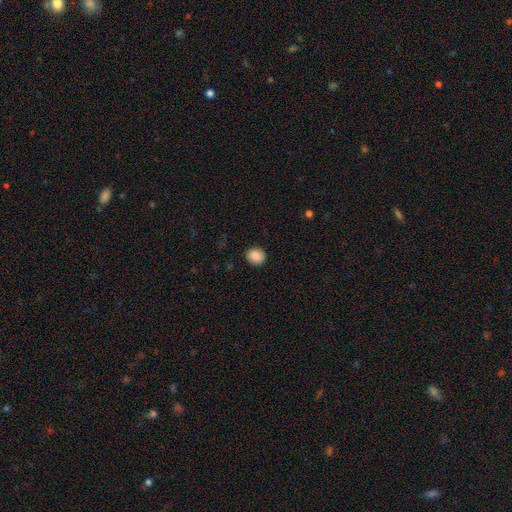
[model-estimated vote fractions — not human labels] Smooth or featured?
  - smooth: 87% *
  - star or artifact: 8%
  - featured or disk: 5%
How rounded?
  - round: 77% *
  - in between: 22%
  - cigar-shaped: 1%
Merging?
  - none: 90% *
  - minor disturbance: 7%
  - major disturbance: 2%
  - merger: 1%